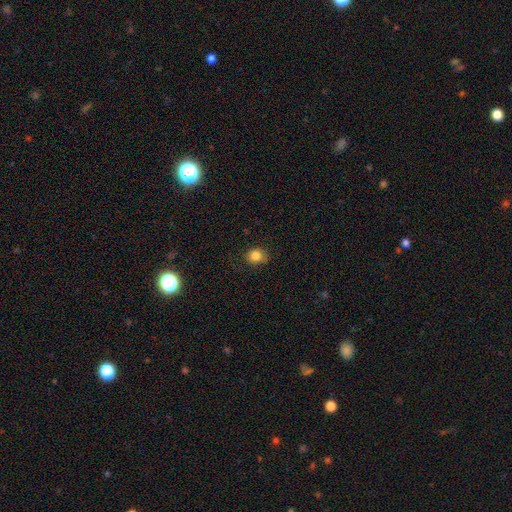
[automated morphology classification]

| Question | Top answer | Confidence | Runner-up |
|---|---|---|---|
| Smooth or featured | smooth | 84% | star or artifact (11%) |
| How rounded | round | 73% | in between (26%) |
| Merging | none | 80% | minor disturbance (15%) |